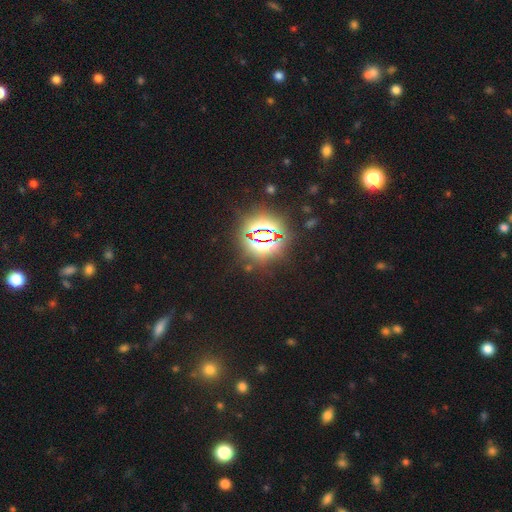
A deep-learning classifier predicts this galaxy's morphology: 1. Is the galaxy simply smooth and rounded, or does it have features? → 82% star or artifact, 12% smooth, 6% featured or disk.